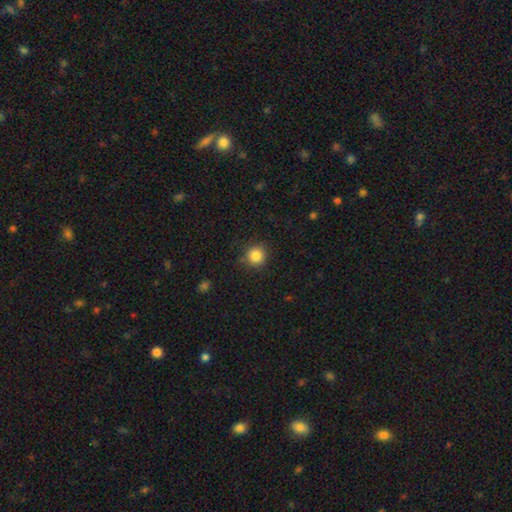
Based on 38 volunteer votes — A smooth galaxy with no disk features (89%) that is round (100%). Merging: none (84%).